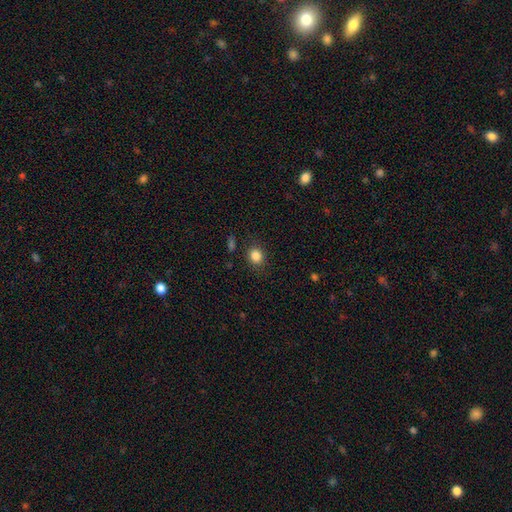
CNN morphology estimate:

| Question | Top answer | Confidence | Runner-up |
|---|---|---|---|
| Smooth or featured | smooth | 84% | star or artifact (11%) |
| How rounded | round | 72% | in between (27%) |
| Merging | none | 84% | minor disturbance (10%) |